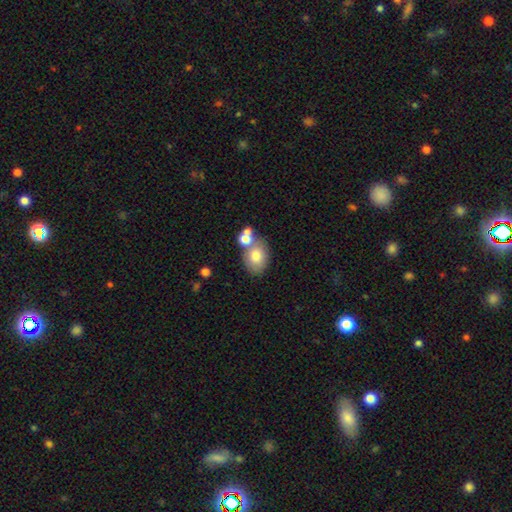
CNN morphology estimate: Smooth or featured?
  - smooth: 76% *
  - featured or disk: 15%
  - star or artifact: 9%
How rounded?
  - in between: 71% *
  - round: 28%
  - cigar-shaped: 1%
Merging?
  - none: 53% *
  - merger: 28%
  - minor disturbance: 13%
  - major disturbance: 5%